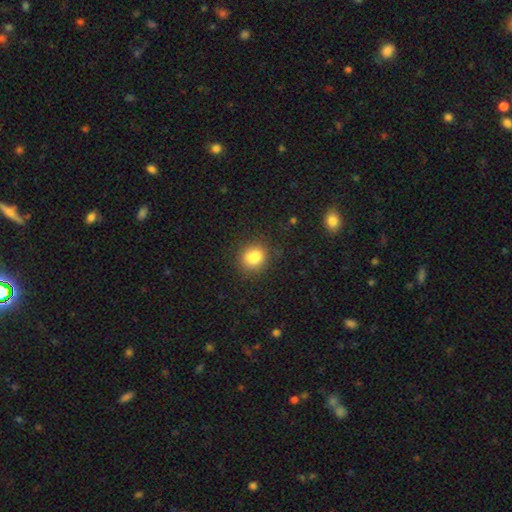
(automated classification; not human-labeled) The model was most divided on "how rounded": round: 60%, in between: 39%, cigar-shaped: 1%. More confident: smooth or featured — smooth (83%); merging — none (76%).